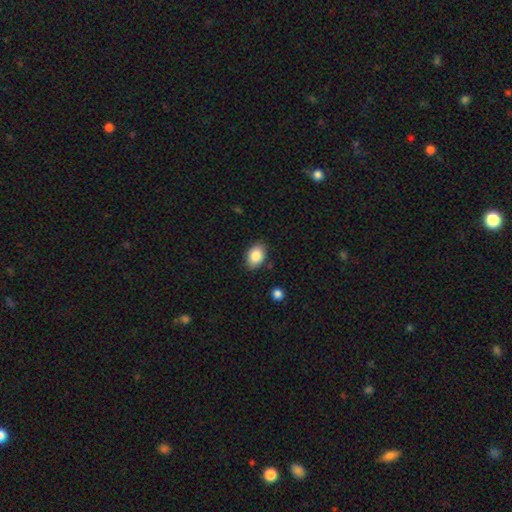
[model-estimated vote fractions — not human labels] smooth_or_featured: smooth (p=0.86) [alt: star or artifact p=0.07]
how_rounded: in between (p=0.84) [alt: round p=0.15]
merging: none (p=0.85) [alt: minor disturbance p=0.11]